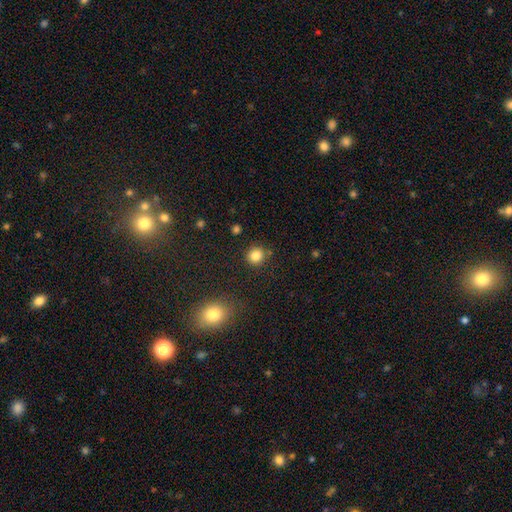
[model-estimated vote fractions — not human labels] Smooth or featured? Predicted: smooth (p=0.83). How rounded? Predicted: round (p=0.90). Merging? Predicted: none (p=0.85).